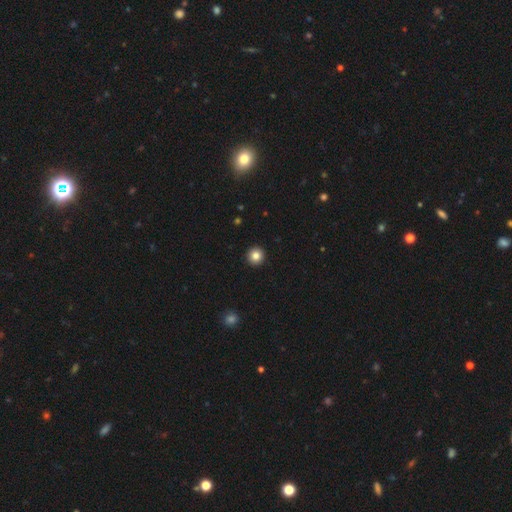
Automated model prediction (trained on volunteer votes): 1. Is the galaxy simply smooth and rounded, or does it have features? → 84% smooth, 11% star or artifact, 6% featured or disk.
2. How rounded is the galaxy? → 96% round, 3% in between, 1% cigar-shaped.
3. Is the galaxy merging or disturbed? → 94% none, 4% minor disturbance, 1% major disturbance, 1% merger.